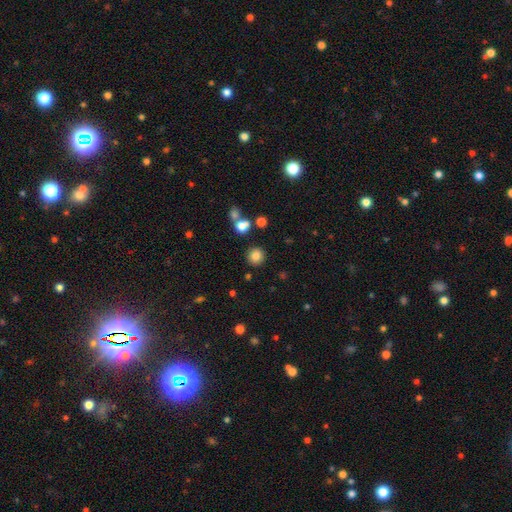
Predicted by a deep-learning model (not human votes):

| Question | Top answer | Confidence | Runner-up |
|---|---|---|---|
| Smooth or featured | smooth | 82% | star or artifact (12%) |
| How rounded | round | 90% | in between (9%) |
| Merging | none | 85% | minor disturbance (7%) |